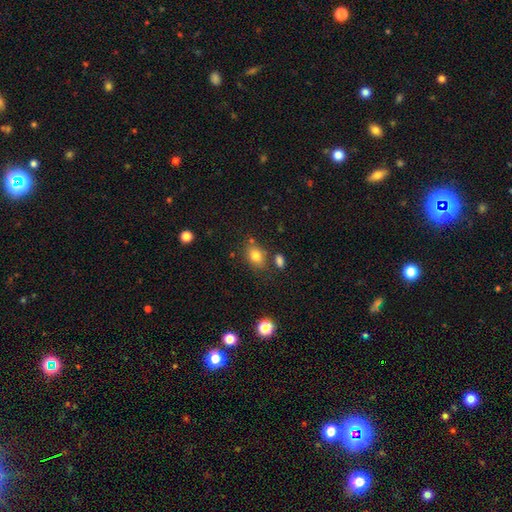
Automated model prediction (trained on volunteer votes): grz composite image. It shows a smooth galaxy with no disk features (80%) that is in between round and cigar-shaped (73%). Merging: none (70%).